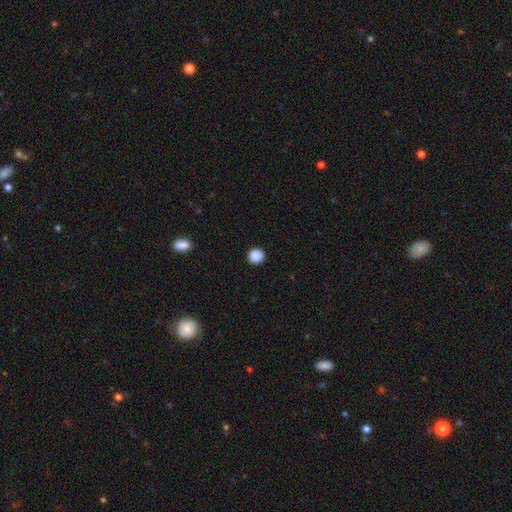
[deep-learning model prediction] The model was most divided on "smooth or featured": smooth: 89%, star or artifact: 9%, featured or disk: 2%. More confident: how rounded — round (94%); merging — none (93%).